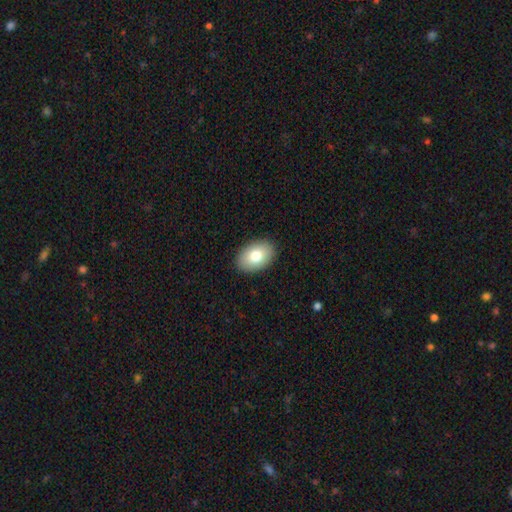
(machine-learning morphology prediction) type=smooth (80%); roundness=in between (89%); merging=none (90%).